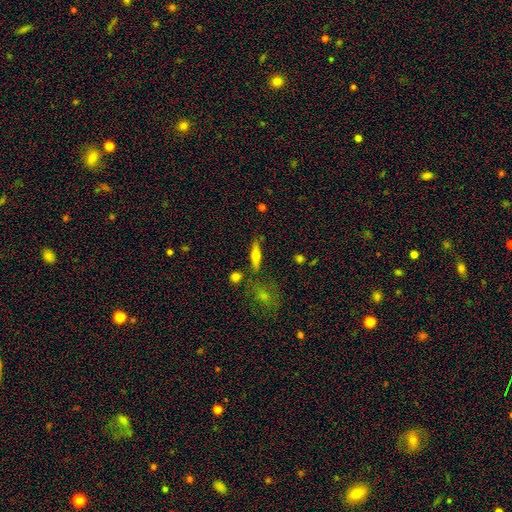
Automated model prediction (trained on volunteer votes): Smooth or featured? Predicted: smooth (p=0.55). How rounded? Predicted: cigar-shaped (p=0.69). Merging? Predicted: none (p=0.77).